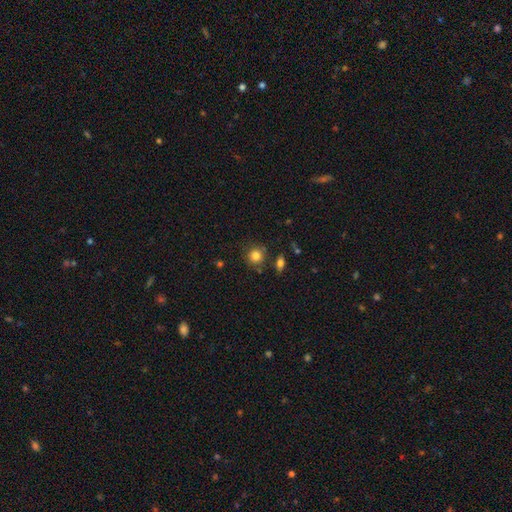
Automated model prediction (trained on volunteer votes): Smooth or featured?
  - smooth: 82% *
  - star or artifact: 11%
  - featured or disk: 7%
How rounded?
  - round: 89% *
  - in between: 10%
  - cigar-shaped: 1%
Merging?
  - none: 79% *
  - minor disturbance: 11%
  - merger: 7%
  - major disturbance: 3%